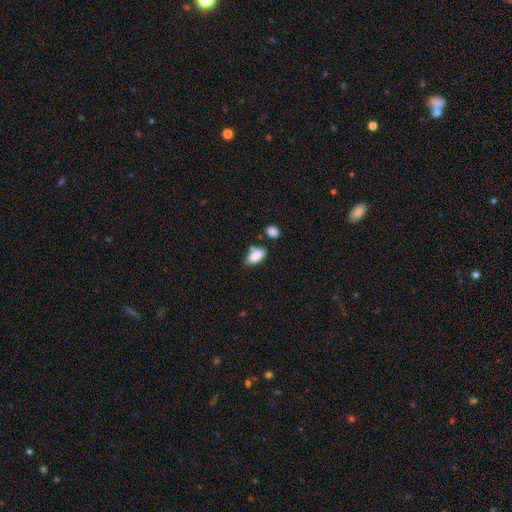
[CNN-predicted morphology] Overall: smooth (85%). How rounded: in between (90%). Merging: none (60%; minor disturbance 22%).